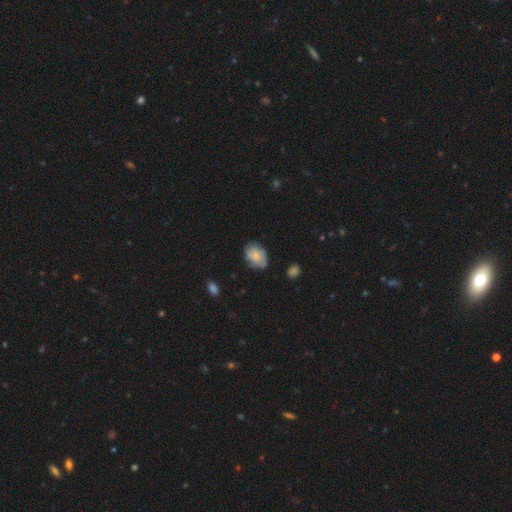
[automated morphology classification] smooth 73%, featured or disk 19%, star or artifact 8%. Down the decision tree: how rounded — in between (77%); merging — none (63%).